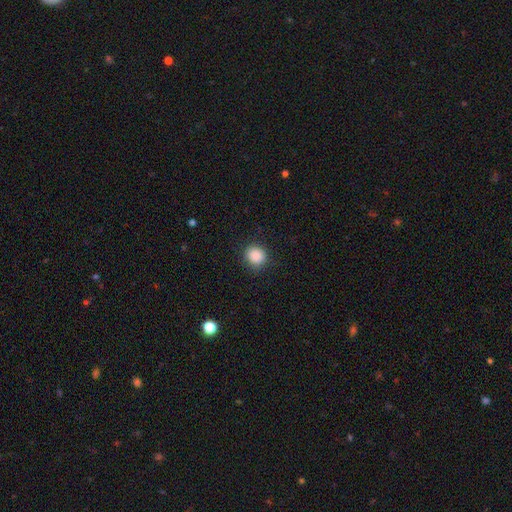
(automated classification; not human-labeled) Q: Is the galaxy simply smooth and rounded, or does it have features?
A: smooth — 88%.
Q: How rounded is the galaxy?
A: round — 88%.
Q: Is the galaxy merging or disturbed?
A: none — 88%.